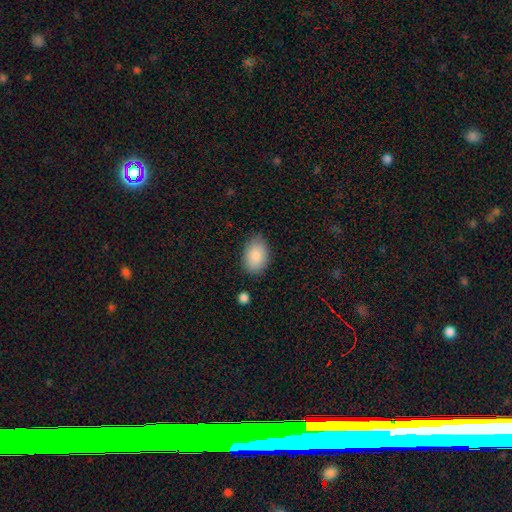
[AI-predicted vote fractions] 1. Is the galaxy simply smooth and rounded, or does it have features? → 88% smooth, 7% star or artifact, 5% featured or disk.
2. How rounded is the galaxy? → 88% in between, 10% round, 1% cigar-shaped.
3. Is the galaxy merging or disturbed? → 83% none, 13% minor disturbance, 3% major disturbance, 2% merger.